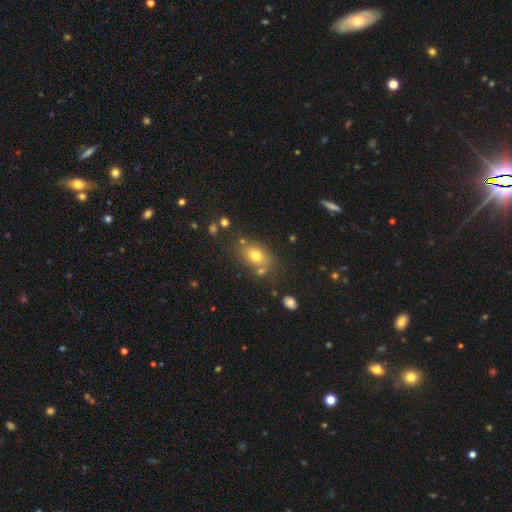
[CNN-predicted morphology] type=smooth (73%); roundness=in between (70%); merging=none (68%).